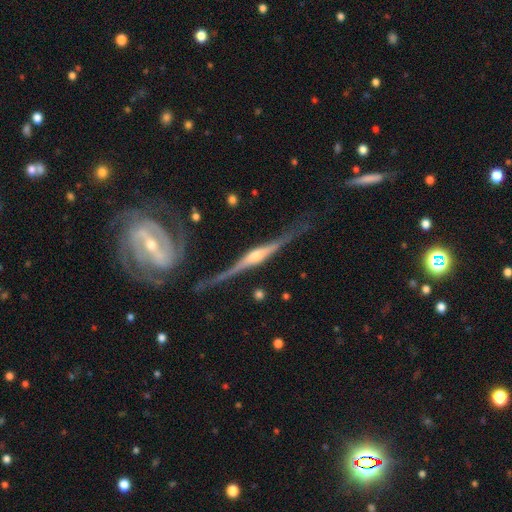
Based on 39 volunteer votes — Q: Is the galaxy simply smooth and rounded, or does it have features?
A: featured or disk — 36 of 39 (92%).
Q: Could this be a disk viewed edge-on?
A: yes — 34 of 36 (94%).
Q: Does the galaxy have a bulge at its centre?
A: rounded — 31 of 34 (91%).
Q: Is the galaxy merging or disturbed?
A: none — 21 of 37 (57%).